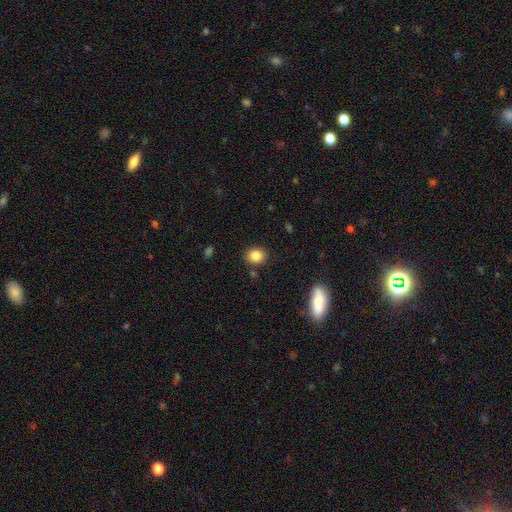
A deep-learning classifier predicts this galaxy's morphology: smooth 84%, star or artifact 10%, featured or disk 6%. Down the decision tree: how rounded — round (67%); merging — none (86%).